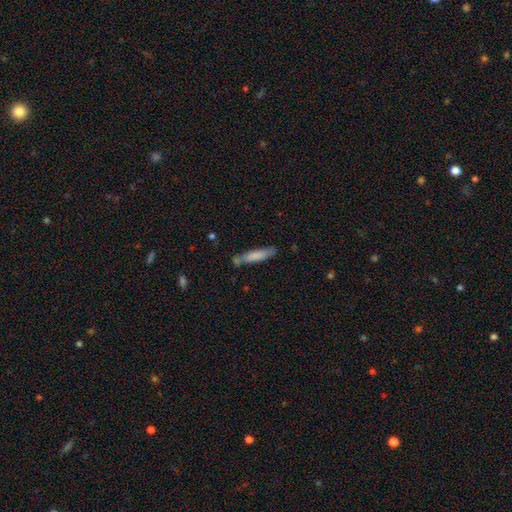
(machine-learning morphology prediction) Q: Smooth or featured?
A: smooth (78%); runner-up: featured or disk (16%)
Q: How rounded?
A: cigar-shaped (82%); runner-up: in between (17%)
Q: Merging?
A: none (66%); runner-up: minor disturbance (19%)